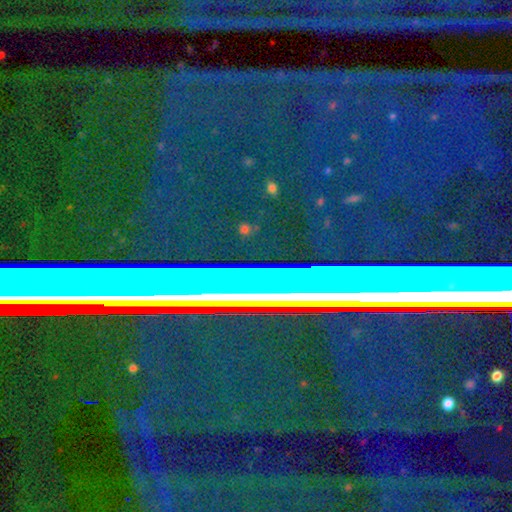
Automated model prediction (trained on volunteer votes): Smooth or featured? Predicted: star or artifact (p=0.77).